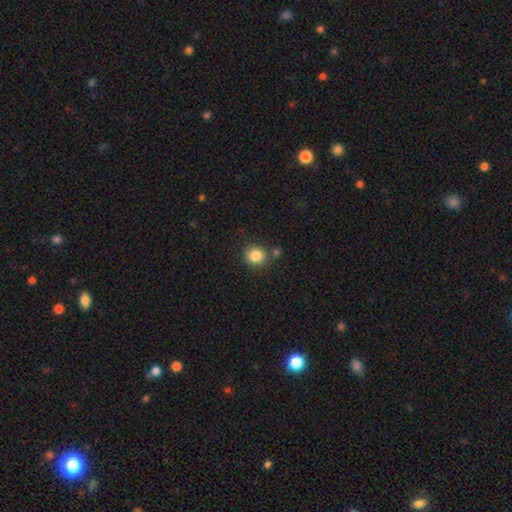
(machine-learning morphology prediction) Smooth or featured: smooth — 85% (star or artifact — 10%)
How rounded: round — 89% (in between — 11%)
Merging: none — 79% (merger — 10%)